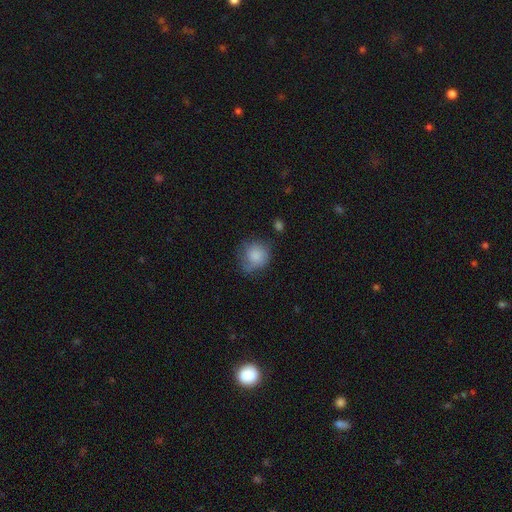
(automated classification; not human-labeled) Smooth or featured: smooth — 80% (featured or disk — 12%)
How rounded: round — 84% (in between — 15%)
Merging: none — 57% (minor disturbance — 29%)